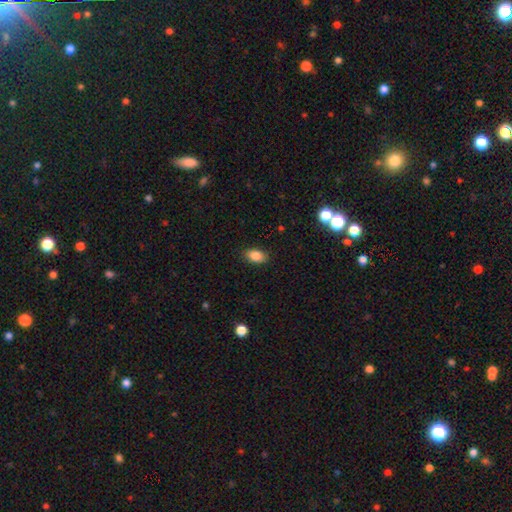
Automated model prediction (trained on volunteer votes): smooth-or-featured: smooth: 85% | star or artifact: 9% | featured or disk: 7%
  how-rounded: in between: 89% | round: 8% | cigar-shaped: 2%
  merging: none: 88% | minor disturbance: 9% | major disturbance: 2% | merger: 1%